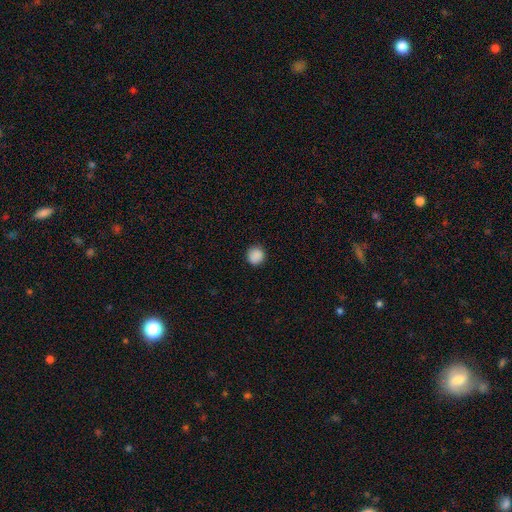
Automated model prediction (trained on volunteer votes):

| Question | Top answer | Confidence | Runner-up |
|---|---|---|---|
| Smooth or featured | smooth | 88% | star or artifact (9%) |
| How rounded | round | 94% | in between (5%) |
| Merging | none | 91% | minor disturbance (6%) |